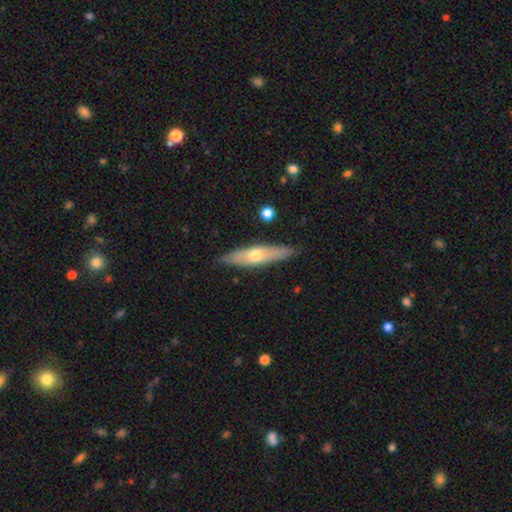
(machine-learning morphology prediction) Smooth or featured? Predicted: featured or disk (p=0.47, tied with smooth). Merging? Predicted: none (p=0.85).